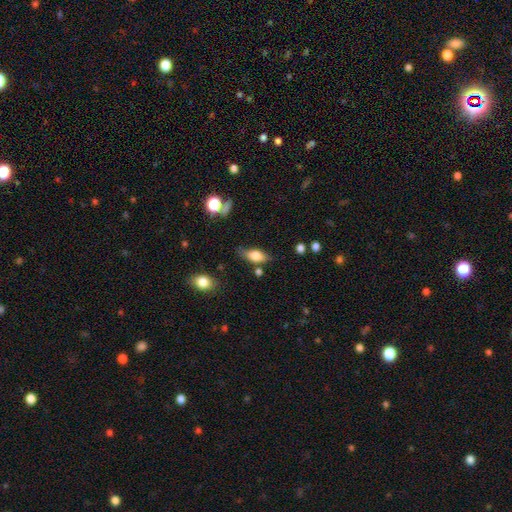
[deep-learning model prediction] Overall: smooth (70%). How rounded: in between (80%). Merging: none (69%).